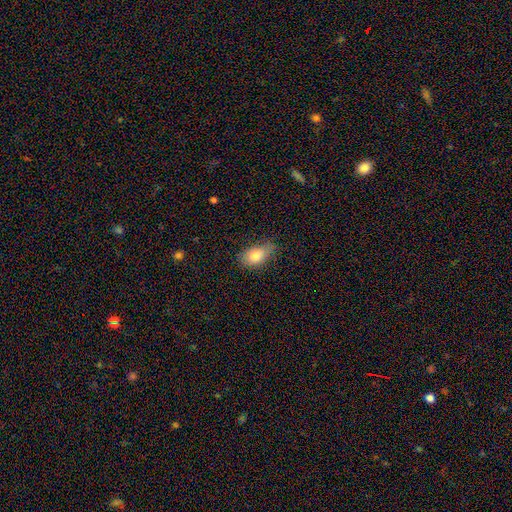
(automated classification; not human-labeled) Smooth or featured?
  - smooth: 80% *
  - featured or disk: 12%
  - star or artifact: 8%
How rounded?
  - in between: 88% *
  - round: 8%
  - cigar-shaped: 3%
Merging?
  - none: 62% *
  - minor disturbance: 30%
  - major disturbance: 6%
  - merger: 2%